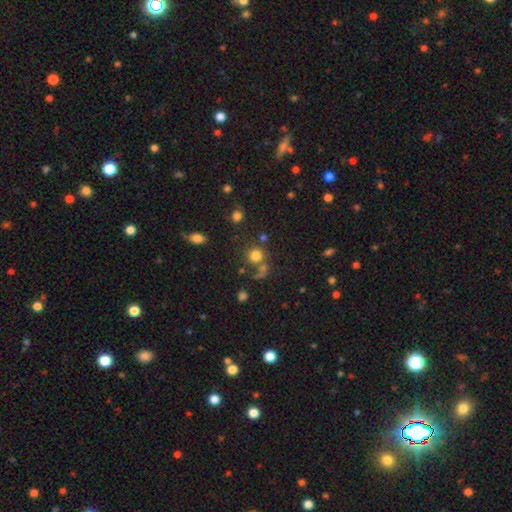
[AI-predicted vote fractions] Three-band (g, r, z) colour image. It shows a smooth galaxy with no disk features (76%) that is round (88%). Merging: none (63%).